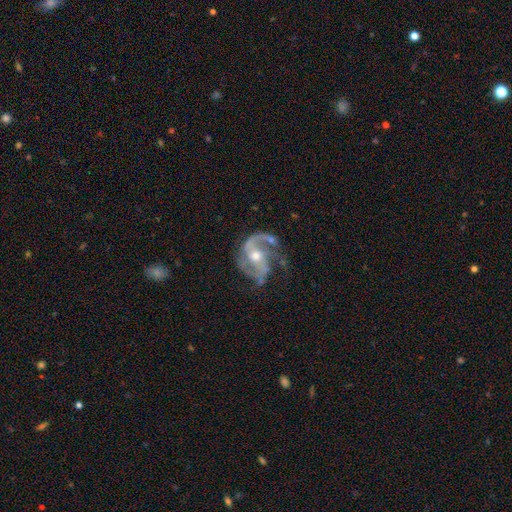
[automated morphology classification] Overall: featured or disk (90%). Edge-on disk: no (98%). Bar: no (45%; weak 38%). Spiral arms: yes (96%). Spiral arm count: 2 (72%). Spiral winding: medium (52%; loose 30%). Bulge size: moderate (66%; small 29%). Merging: none (55%; minor disturbance 23%).